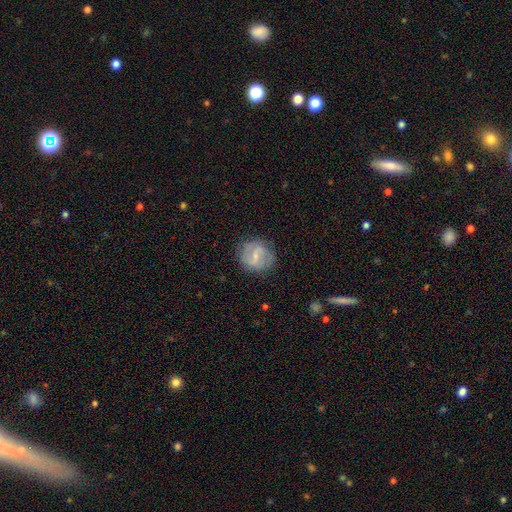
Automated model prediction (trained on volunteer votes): Smooth or featured: featured or disk — 57% (smooth — 36%)
Edge-on disk: no — 97% (yes — 3%)
Bar: weak — 51% (strong — 36%)
Spiral arms: yes — 68% (no — 32%)
Bulge size: small — 62% (moderate — 24%)
Merging: none — 79% (minor disturbance — 14%)